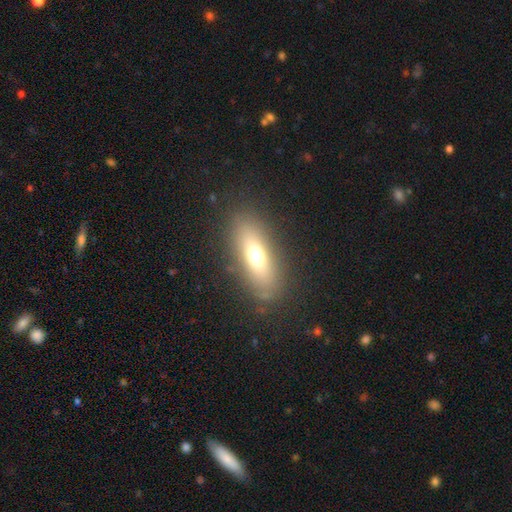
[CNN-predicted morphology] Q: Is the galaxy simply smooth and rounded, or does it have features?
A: smooth — 65%.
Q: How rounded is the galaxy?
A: in between — 65%.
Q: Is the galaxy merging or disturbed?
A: none — 84%.